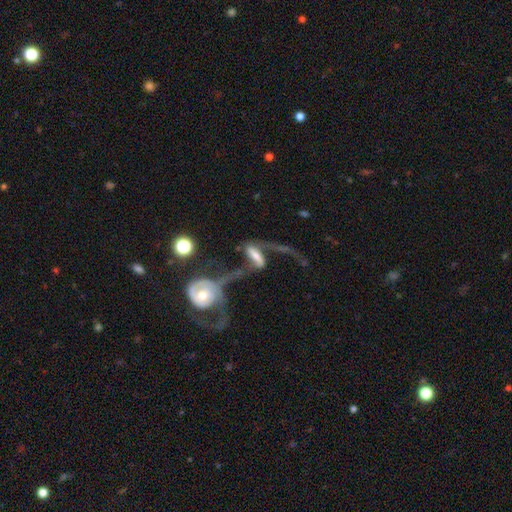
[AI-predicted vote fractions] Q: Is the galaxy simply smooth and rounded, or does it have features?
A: featured or disk — 76%.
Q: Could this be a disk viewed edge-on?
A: no — 87%.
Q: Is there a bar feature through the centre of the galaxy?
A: strong — 47%.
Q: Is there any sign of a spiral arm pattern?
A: yes — 86%.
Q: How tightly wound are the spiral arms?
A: loose — 82%.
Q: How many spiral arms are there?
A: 2 — 84%.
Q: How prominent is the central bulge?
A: moderate — 41%.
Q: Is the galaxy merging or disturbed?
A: merger — 41%.